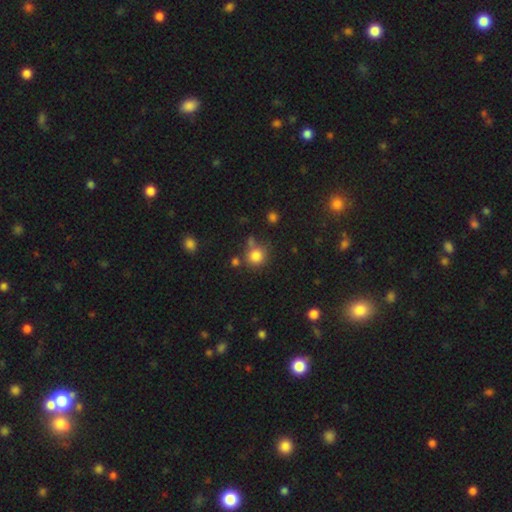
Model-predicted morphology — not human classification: A smooth galaxy with no disk features (82%) that is round (88%). Merging: none (67%).